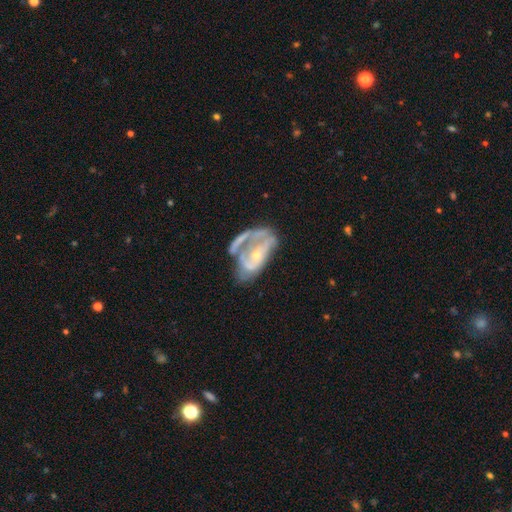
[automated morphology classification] A featured or disk galaxy (70%) with no bar (72%), spiral arms (51%) and a small central bulge (65%).

Vote fractions:
- Smooth or featured? featured or disk: 70% / smooth: 23% / star or artifact: 7%
- Edge-on disk? no: 95% / yes: 5%
- Bar? no: 72% / weak: 20% / strong: 8%
- Spiral arms? yes: 51% / no: 49%
- Bulge size? small: 65% / moderate: 30% / none: 3% / large: 2% / dominant: 1%
- Merging? major disturbance: 36% / merger: 22% / none: 22% / minor disturbance: 20%